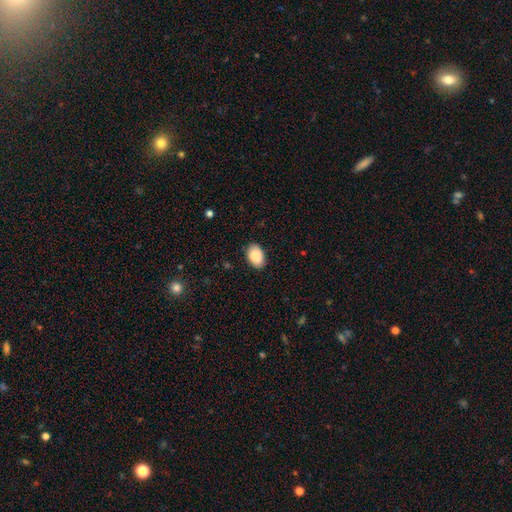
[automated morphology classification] smooth_or_featured: smooth (p=0.88) [alt: star or artifact p=0.06]
how_rounded: in between (p=0.88) [alt: round p=0.11]
merging: none (p=0.86) [alt: minor disturbance p=0.11]